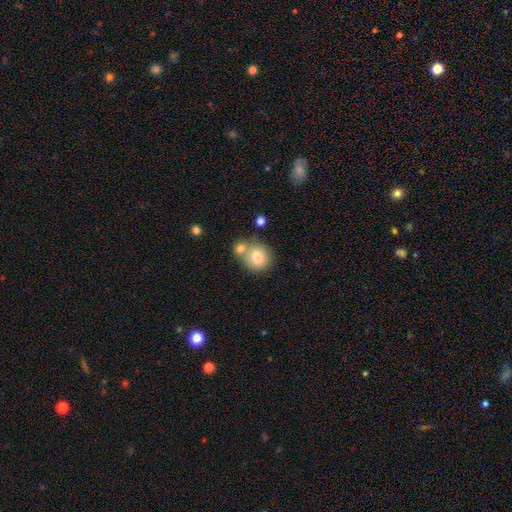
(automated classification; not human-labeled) Smooth or featured? Predicted: smooth (p=0.75). How rounded? Predicted: round (p=0.82). Merging? Predicted: none (p=0.53).